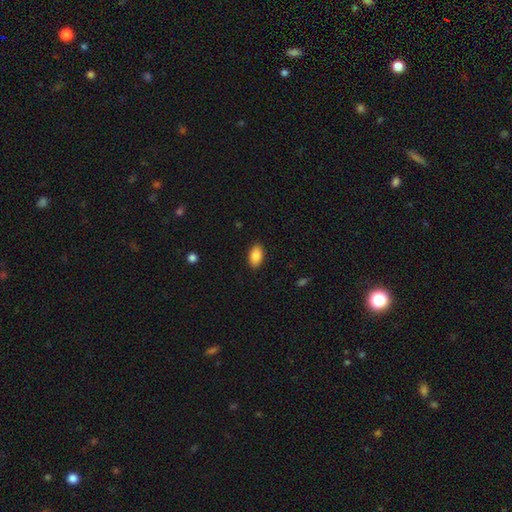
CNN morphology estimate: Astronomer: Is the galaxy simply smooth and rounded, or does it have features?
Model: smooth — 87%.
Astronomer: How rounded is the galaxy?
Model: in between — 93%.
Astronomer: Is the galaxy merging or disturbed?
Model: none — 89%.